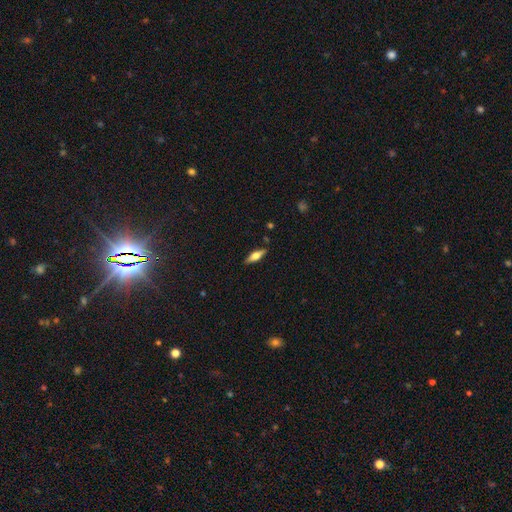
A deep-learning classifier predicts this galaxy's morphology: This is possibly a featured or disk galaxy (49%). Merging: clearly none (88%).